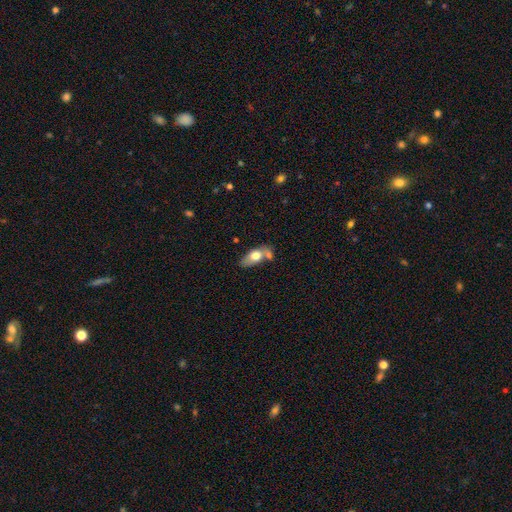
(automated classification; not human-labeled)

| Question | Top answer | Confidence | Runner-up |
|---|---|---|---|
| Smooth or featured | smooth | 67% | featured or disk (27%) |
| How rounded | in between | 86% | cigar-shaped (8%) |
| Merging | none | 46% | merger (30%) |